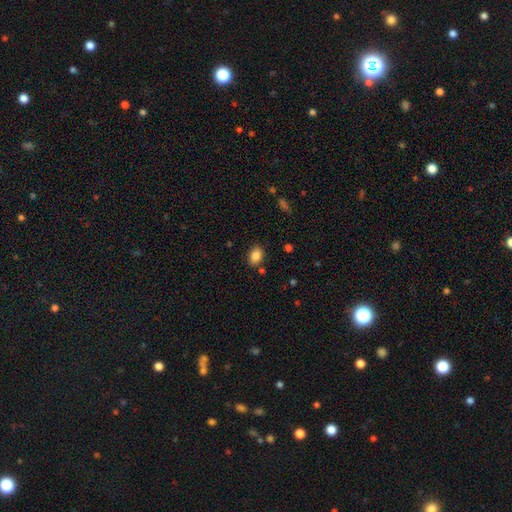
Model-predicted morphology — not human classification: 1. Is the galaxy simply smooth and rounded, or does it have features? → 85% smooth, 9% star or artifact, 5% featured or disk.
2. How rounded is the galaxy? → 72% in between, 27% round, 1% cigar-shaped.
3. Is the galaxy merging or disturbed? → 82% none, 11% minor disturbance, 4% merger, 3% major disturbance.